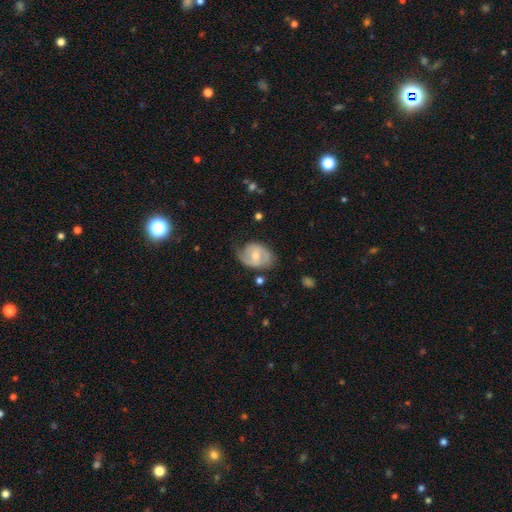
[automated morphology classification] This appears to be a featured or disk galaxy (60%) with no bar (46%), spiral arms (77%) and a moderate central bulge (63%). Merging: none (55%).